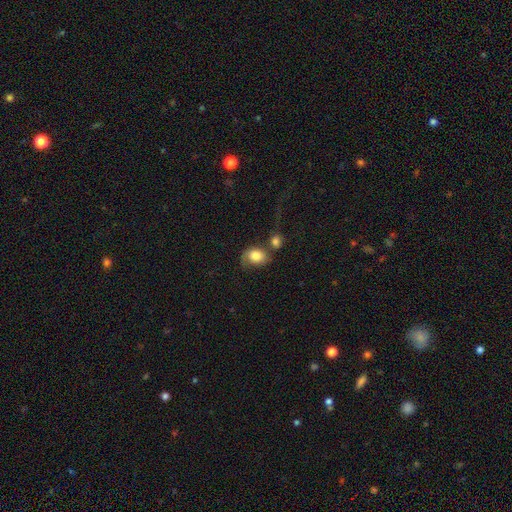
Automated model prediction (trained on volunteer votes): Smooth or featured? Predicted: smooth (p=0.78). How rounded? Predicted: in between (p=0.62). Merging? Predicted: none (p=0.34).